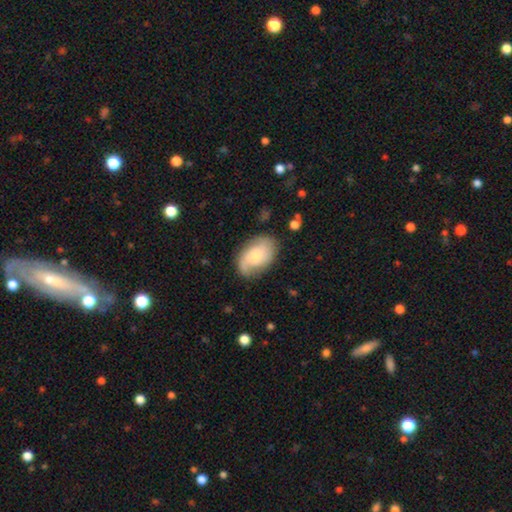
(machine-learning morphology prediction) This appears to be a featured or disk galaxy (50%). Merging: none (70%).